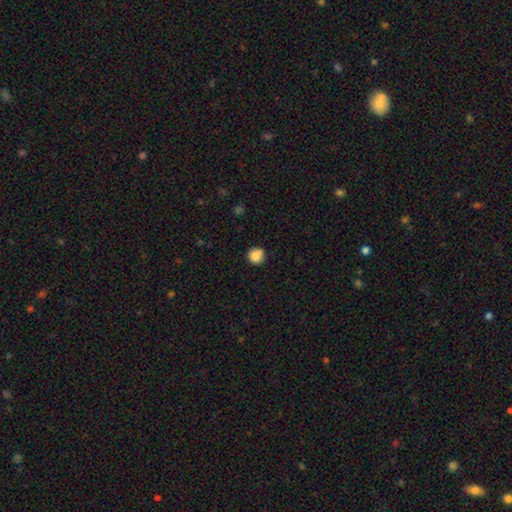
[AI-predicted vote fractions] Smooth or featured? Predicted: smooth (p=0.85). How rounded? Predicted: round (p=0.93). Merging? Predicted: none (p=0.78).